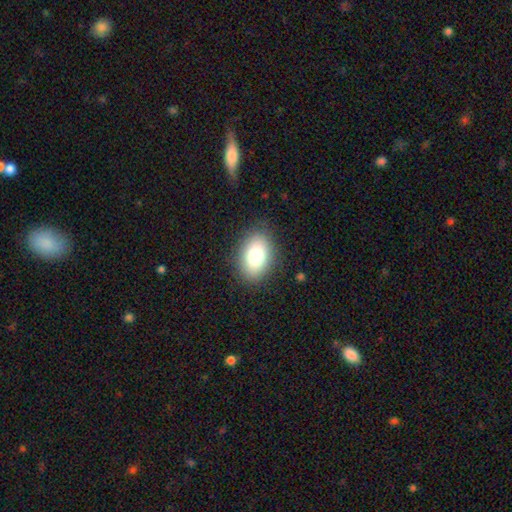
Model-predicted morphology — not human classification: type=smooth (79%); roundness=in between (83%); merging=none (86%).